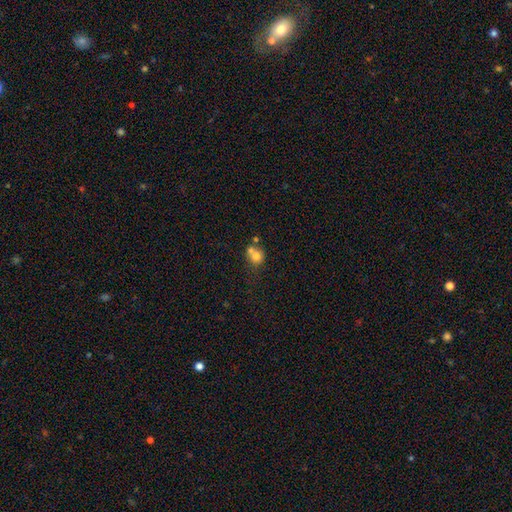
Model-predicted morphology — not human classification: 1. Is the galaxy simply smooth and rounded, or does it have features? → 73% smooth, 16% featured or disk, 11% star or artifact.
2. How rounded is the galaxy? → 77% round, 22% in between, 1% cigar-shaped.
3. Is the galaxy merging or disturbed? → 51% merger, 35% none, 9% minor disturbance, 4% major disturbance.